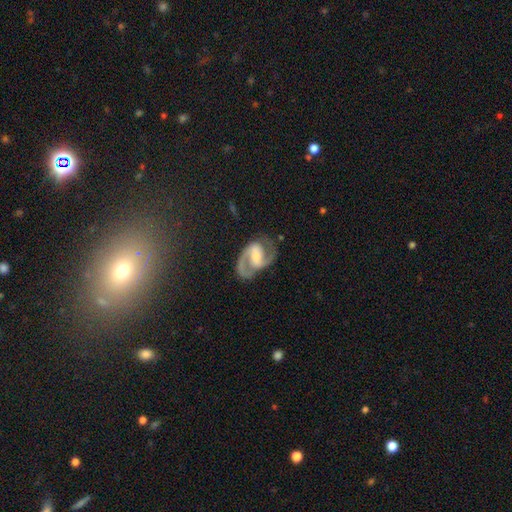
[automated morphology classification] Smooth or featured?
  - featured or disk: 89% *
  - smooth: 6%
  - star or artifact: 5%
Edge-on disk?
  - no: 98% *
  - yes: 2%
Bar?
  - weak: 43% *
  - strong: 39%
  - no: 18%
Spiral arms?
  - yes: 97% *
  - no: 3%
Spiral winding?
  - medium: 58% *
  - tight: 27%
  - loose: 15%
Spiral arm count?
  - 2: 92% *
  - 1: 3%
  - can't tell: 2%
  - 3: 1%
  - 4: 1%
  - more than 4: 1%
Bulge size?
  - moderate: 44% *
  - small: 39%
  - large: 9%
  - none: 7%
  - dominant: 1%
Merging?
  - none: 75% *
  - minor disturbance: 16%
  - major disturbance: 7%
  - merger: 2%